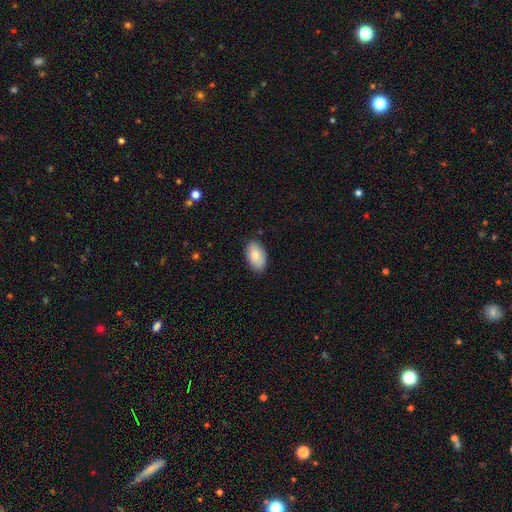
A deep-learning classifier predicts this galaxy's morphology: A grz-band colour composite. It shows a smooth galaxy with no disk features (85%) that is in between round and cigar-shaped (94%). Merging: none (84%).